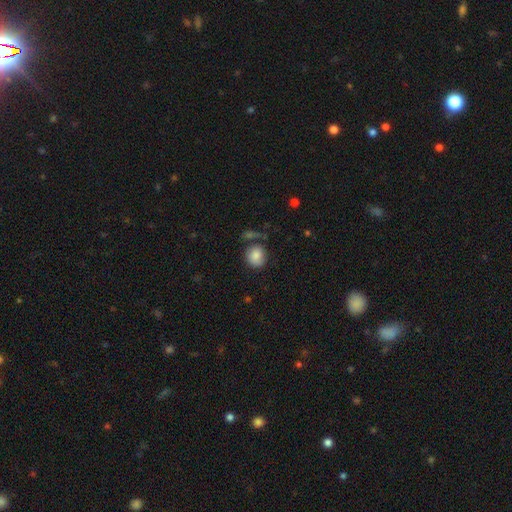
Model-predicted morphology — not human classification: type=smooth (83%); roundness=round (79%); merging=none (68%).